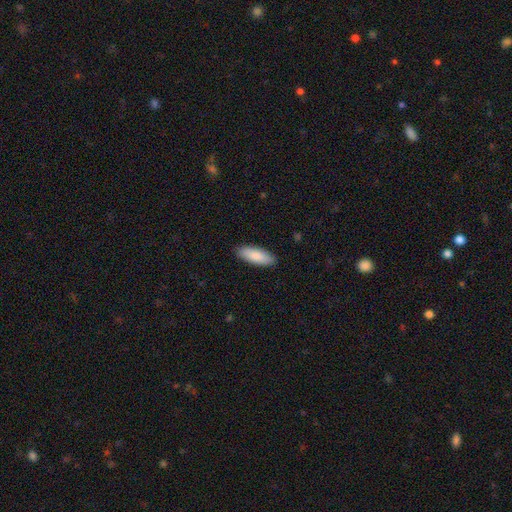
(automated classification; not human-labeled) smooth_or_featured: smooth (p=0.88) [alt: featured or disk p=0.07]
how_rounded: in between (p=0.66) [alt: cigar-shaped p=0.32]
merging: none (p=0.90) [alt: minor disturbance p=0.08]